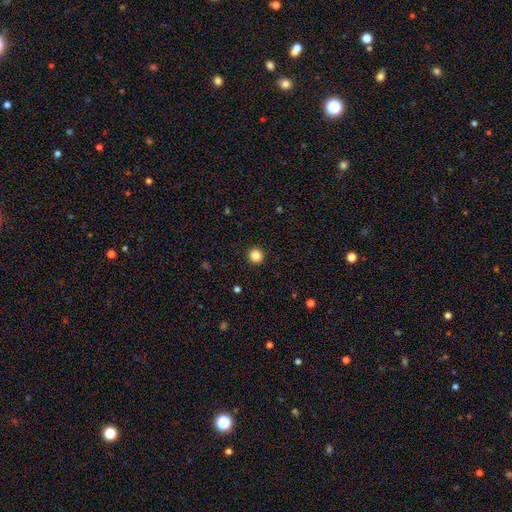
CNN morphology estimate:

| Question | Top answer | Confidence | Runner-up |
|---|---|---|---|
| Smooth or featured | smooth | 86% | star or artifact (11%) |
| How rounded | round | 94% | in between (5%) |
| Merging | none | 93% | minor disturbance (5%) |